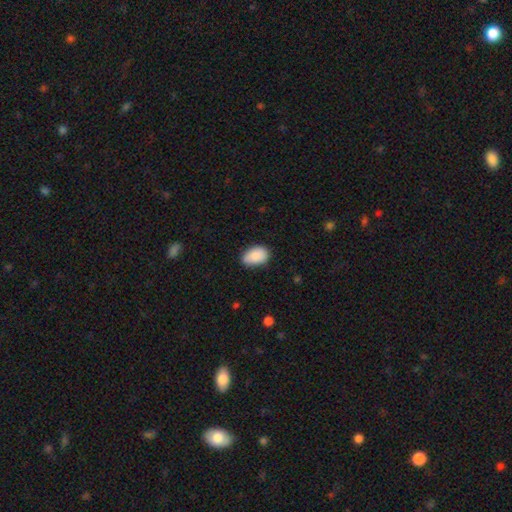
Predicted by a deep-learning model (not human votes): A smooth galaxy with no disk features (87%) that is in between round and cigar-shaped (87%).

Vote fractions:
- Smooth or featured? smooth: 87% / star or artifact: 7% / featured or disk: 6%
- How rounded? in between: 87% / round: 12% / cigar-shaped: 1%
- Merging? none: 70% / minor disturbance: 25% / major disturbance: 3% / merger: 1%